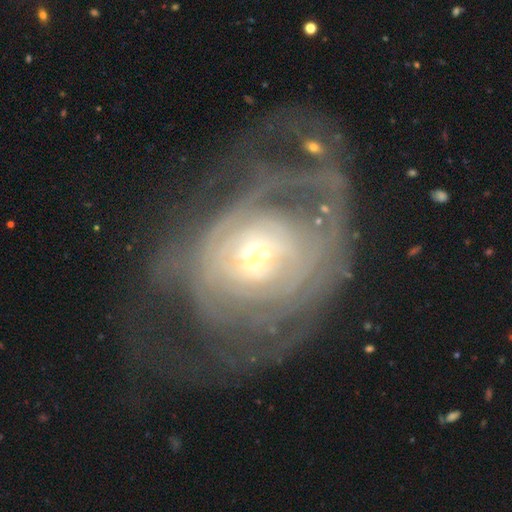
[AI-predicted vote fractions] Morphology: type=featured or disk (77%); edge-on=no (95%); bar=no (72%); spiral arms=yes (66%); bulge=small (49%); merging=major disturbance (48%).